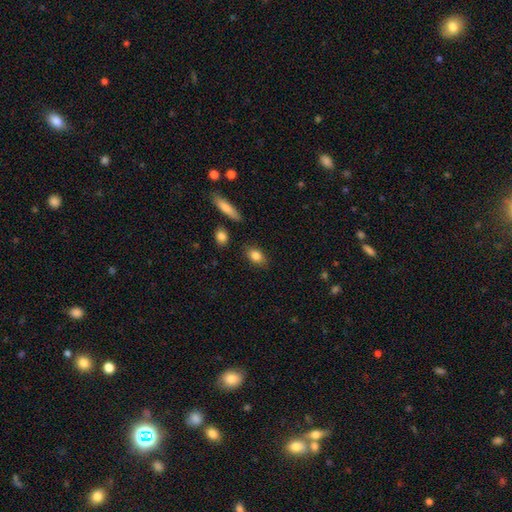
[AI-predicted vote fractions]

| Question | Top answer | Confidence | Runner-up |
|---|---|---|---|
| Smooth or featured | smooth | 83% | featured or disk (9%) |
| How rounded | in between | 82% | round (14%) |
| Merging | none | 84% | minor disturbance (11%) |